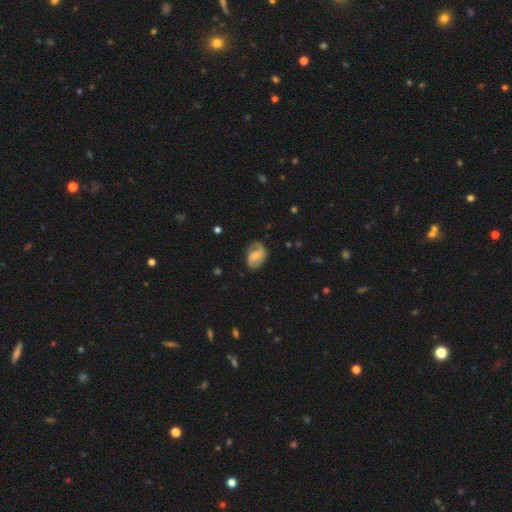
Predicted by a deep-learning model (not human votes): Smooth or featured: featured or disk — 62% (smooth — 31%)
Edge-on disk: no — 97% (yes — 3%)
Bar: no — 45% (weak — 43%)
Spiral arms: yes — 89% (no — 11%)
Spiral winding: medium — 44% (loose — 29%)
Spiral arm count: 2 — 69% (1 — 19%)
Bulge size: small — 40% (tied with moderate — 40%)
Merging: none — 66% (minor disturbance — 23%)